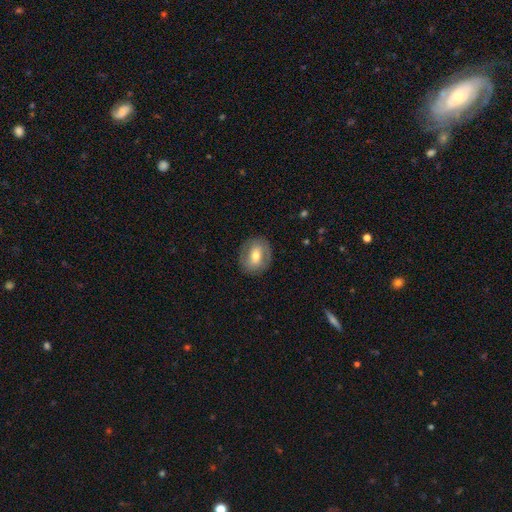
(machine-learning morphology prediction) A smooth galaxy with no disk features (52%) that is round (51%). Merging: none (83%).